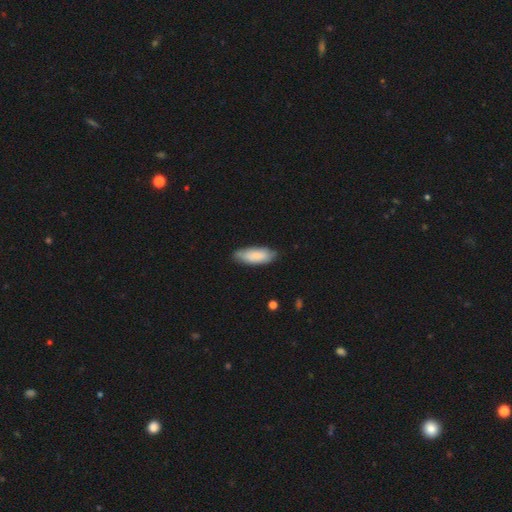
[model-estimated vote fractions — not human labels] The model was most divided on "how rounded": in between: 74%, cigar-shaped: 25%, round: 2%. More confident: smooth or featured — smooth (79%); merging — none (77%).